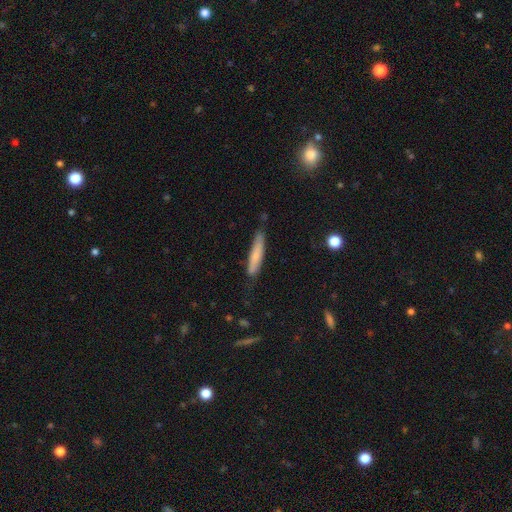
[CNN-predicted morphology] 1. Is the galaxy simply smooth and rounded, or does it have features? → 73% smooth, 21% featured or disk, 6% star or artifact.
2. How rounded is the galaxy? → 89% cigar-shaped, 10% in between, 1% round.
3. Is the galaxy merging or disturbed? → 75% none, 20% minor disturbance, 3% major disturbance, 2% merger.